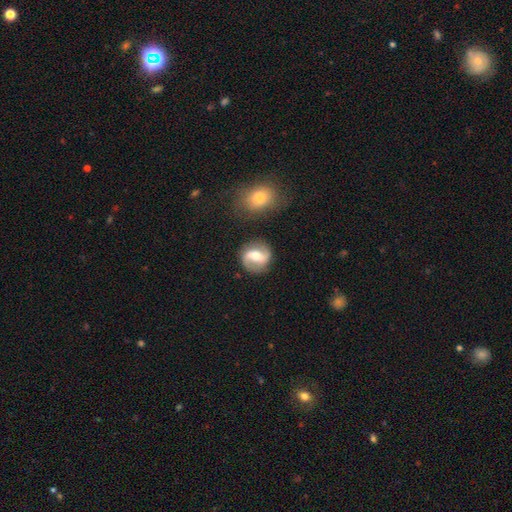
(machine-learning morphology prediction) Overall: featured or disk (76%). Edge-on disk: no (97%). Bar: weak (40%; strong 36%). Spiral arms: yes (89%). Spiral arm count: 2 (90%). Spiral winding: medium (44%; loose 38%). Bulge size: moderate (72%). Merging: none (83%).